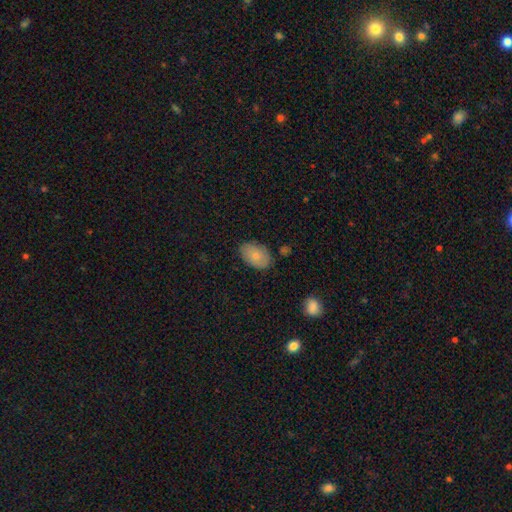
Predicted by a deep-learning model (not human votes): Smooth or featured? Predicted: smooth (p=0.77). How rounded? Predicted: in between (p=0.88). Merging? Predicted: none (p=0.79).